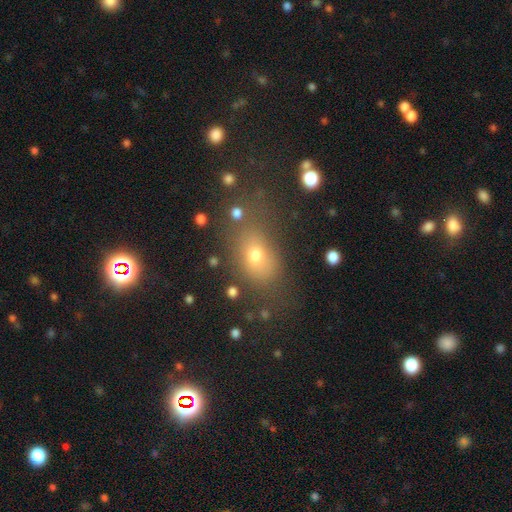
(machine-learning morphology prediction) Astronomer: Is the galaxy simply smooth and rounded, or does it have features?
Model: smooth — 62%.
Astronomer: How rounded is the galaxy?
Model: in between — 66%.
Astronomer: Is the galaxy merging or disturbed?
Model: none — 68%.